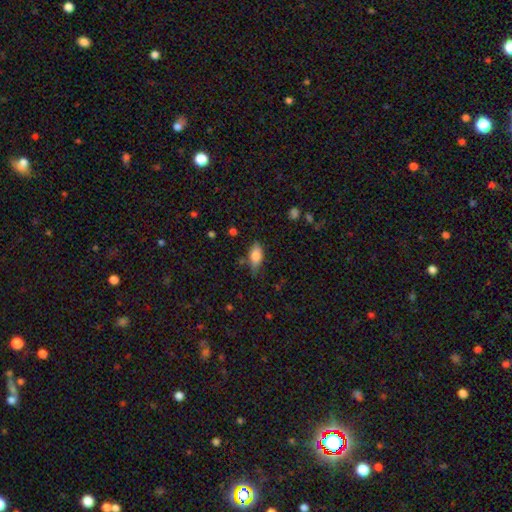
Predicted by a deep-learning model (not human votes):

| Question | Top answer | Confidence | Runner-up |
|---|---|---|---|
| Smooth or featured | smooth | 81% | featured or disk (11%) |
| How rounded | in between | 86% | cigar-shaped (11%) |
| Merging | none | 63% | minor disturbance (28%) |